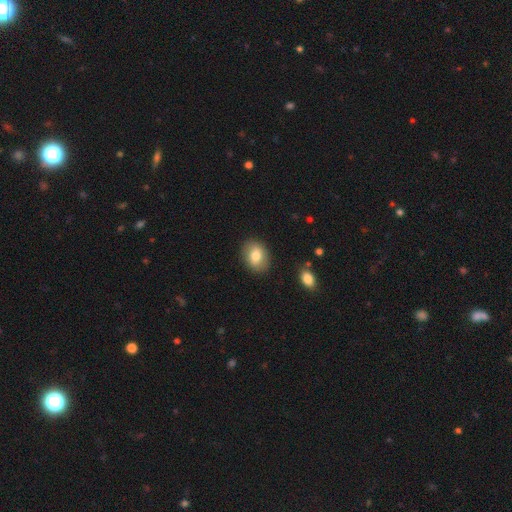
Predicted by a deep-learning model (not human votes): smooth_or_featured: smooth (p=0.78) [alt: featured or disk p=0.14]
how_rounded: in between (p=0.64) [alt: round p=0.34]
merging: none (p=0.87) [alt: minor disturbance p=0.09]